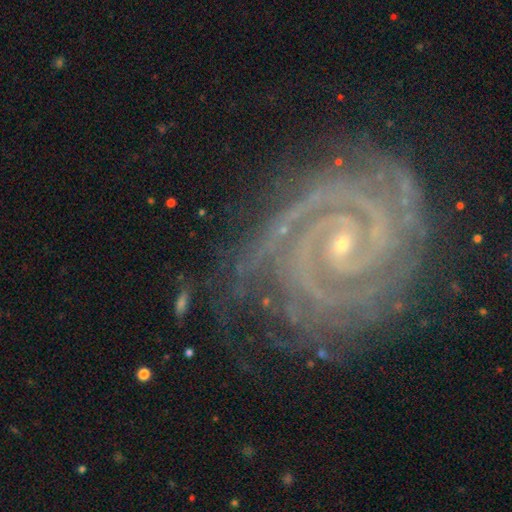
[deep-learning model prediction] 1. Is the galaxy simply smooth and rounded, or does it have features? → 92% featured or disk, 6% star or artifact, 3% smooth.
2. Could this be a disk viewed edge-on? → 98% no, 2% yes.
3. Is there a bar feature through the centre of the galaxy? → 55% no, 28% weak, 17% strong.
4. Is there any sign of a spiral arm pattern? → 99% yes, 1% no.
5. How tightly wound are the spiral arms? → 84% tight, 14% medium, 2% loose.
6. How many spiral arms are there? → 63% 2, 13% 3, 7% can't tell, 7% 4, 5% more than 4, 5% 1.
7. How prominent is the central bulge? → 81% small, 16% moderate, 1% none, 1% large, 1% dominant.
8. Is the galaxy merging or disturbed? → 75% none, 17% minor disturbance, 6% major disturbance, 2% merger.